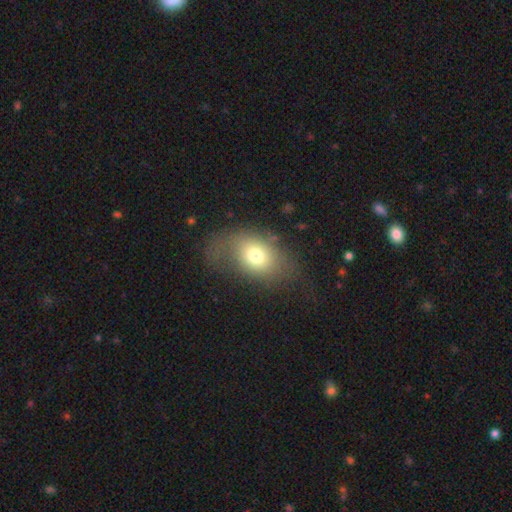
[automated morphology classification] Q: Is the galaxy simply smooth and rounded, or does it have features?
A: smooth — 69%.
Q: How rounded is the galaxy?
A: in between — 77%.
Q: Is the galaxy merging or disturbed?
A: none — 58%.